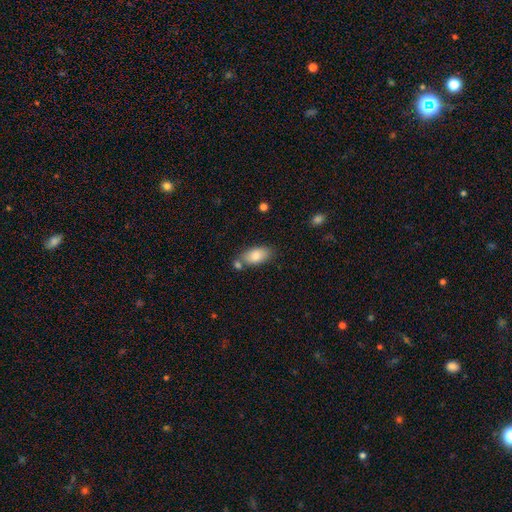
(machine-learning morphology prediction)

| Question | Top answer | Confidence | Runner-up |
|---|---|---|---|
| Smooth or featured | smooth | 82% | featured or disk (11%) |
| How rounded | in between | 92% | cigar-shaped (4%) |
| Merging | none | 66% | merger (16%) |